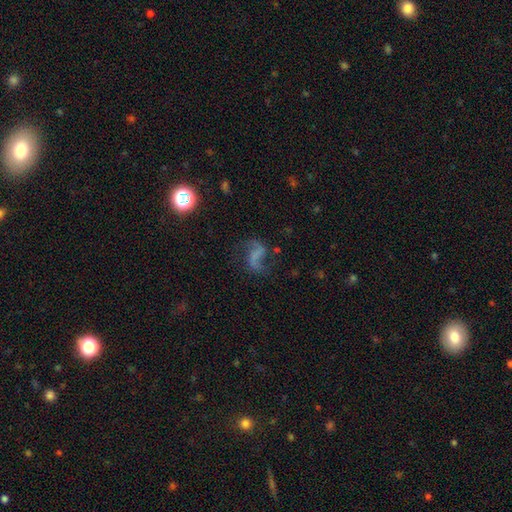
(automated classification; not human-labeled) featured or disk 72%, smooth 15%, star or artifact 13%. Down the decision tree: edge-on disk — no (97%); bar — weak (36%, tied with no); spiral arms — yes (92%); spiral arm count — 2 (89%); spiral winding — loose (79%); bulge size — none (73%); merging — none (65%).